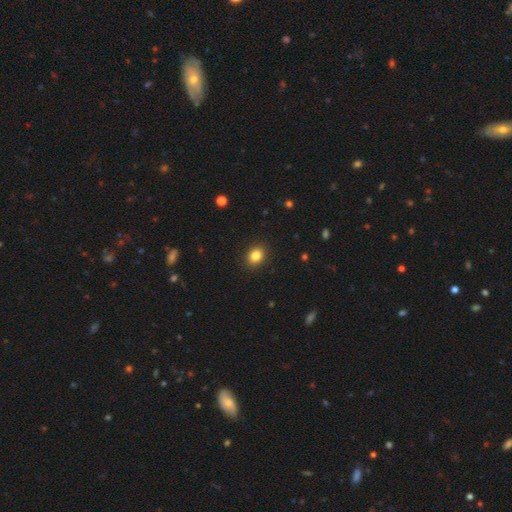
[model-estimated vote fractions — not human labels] Overall: smooth (84%). How rounded: round (57%; in between 42%). Merging: none (90%).